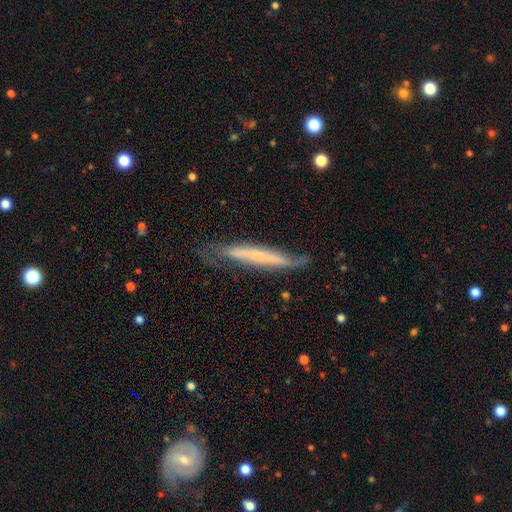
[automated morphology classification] This is likely a featured or disk galaxy (62%). It is likely viewed edge-on (76%). Merging: likely none (63%).